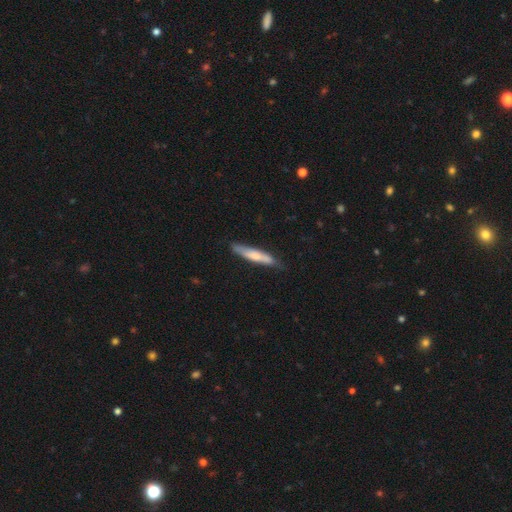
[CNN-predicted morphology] A smooth galaxy with no disk features (63%) that is cigar-shaped (89%).

Vote fractions:
- Smooth or featured? smooth: 63% / featured or disk: 31% / star or artifact: 6%
- How rounded? cigar-shaped: 89% / in between: 10% / round: 1%
- Merging? none: 75% / minor disturbance: 20% / major disturbance: 3% / merger: 2%